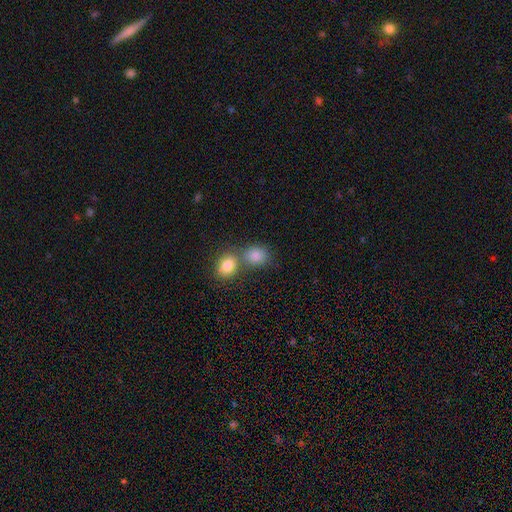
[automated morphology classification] A smooth galaxy with no disk features (83%) that is round (56%).

Vote fractions:
- Smooth or featured? smooth: 83% / star or artifact: 10% / featured or disk: 6%
- How rounded? round: 56% / in between: 42% / cigar-shaped: 1%
- Merging? none: 46% / merger: 41% / minor disturbance: 9% / major disturbance: 4%